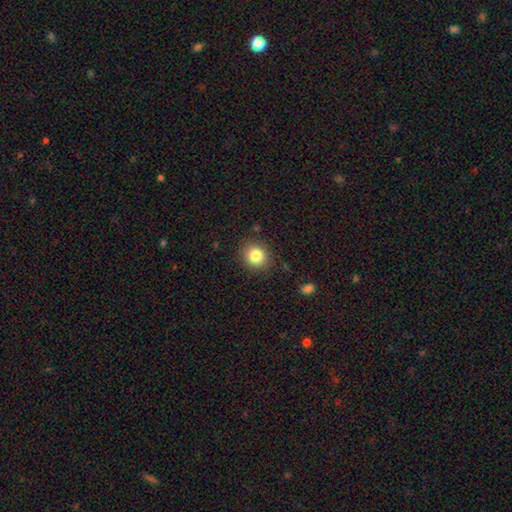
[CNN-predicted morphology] The model was most divided on "smooth or featured": smooth: 83%, star or artifact: 10%, featured or disk: 6%. More confident: merging — none (88%); how rounded — round (87%).